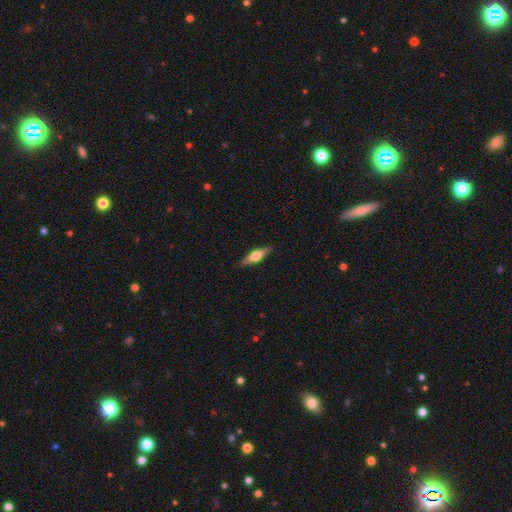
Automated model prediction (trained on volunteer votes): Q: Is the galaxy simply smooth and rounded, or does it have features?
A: featured or disk — 58%.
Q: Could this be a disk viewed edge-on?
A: yes — 95%.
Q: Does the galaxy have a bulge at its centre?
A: rounded — 93%.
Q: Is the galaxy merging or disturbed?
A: none — 89%.